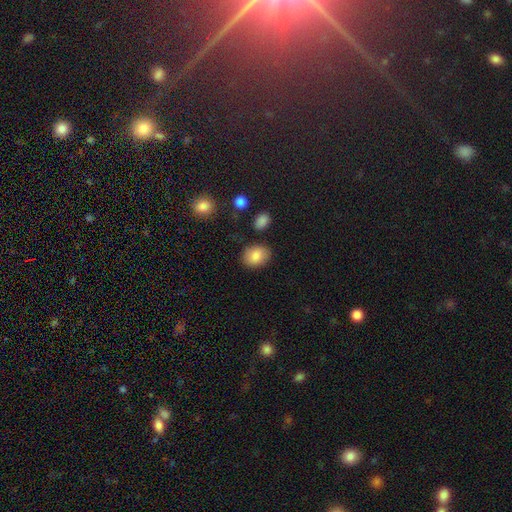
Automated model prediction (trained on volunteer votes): Smooth or featured? Predicted: smooth (p=0.86). How rounded? Predicted: in between (p=0.67). Merging? Predicted: none (p=0.83).